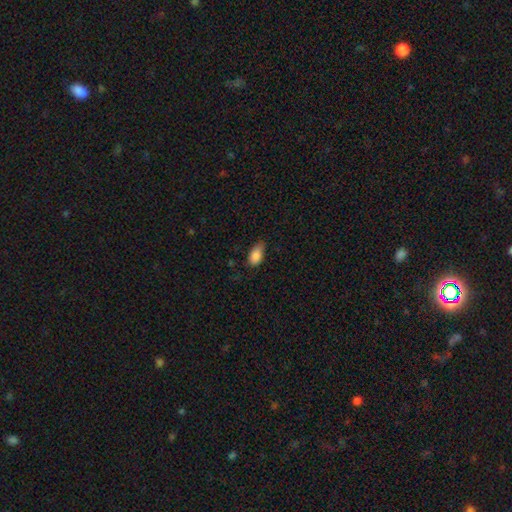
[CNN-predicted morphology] This appears to be a smooth galaxy with no disk features (87%) that is in between round and cigar-shaped (92%). Merging: none (60%).